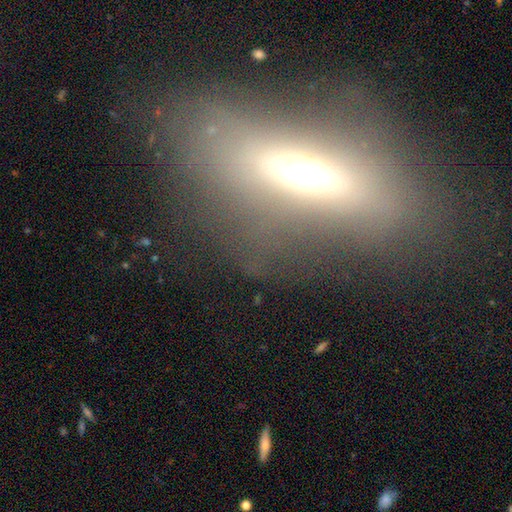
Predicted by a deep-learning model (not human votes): Q: Smooth or featured?
A: smooth (40%); runner-up: featured or disk (39%)
Q: Merging?
A: none (67%); runner-up: minor disturbance (15%)